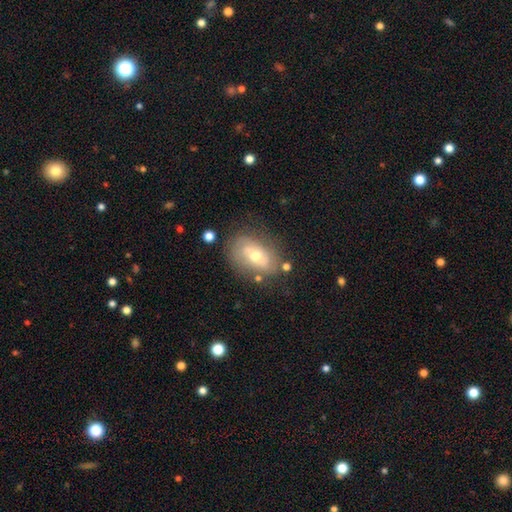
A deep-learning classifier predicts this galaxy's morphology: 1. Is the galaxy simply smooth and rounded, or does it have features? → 49% featured or disk, 42% smooth, 8% star or artifact.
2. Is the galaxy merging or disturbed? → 67% none, 20% minor disturbance, 8% major disturbance, 5% merger.